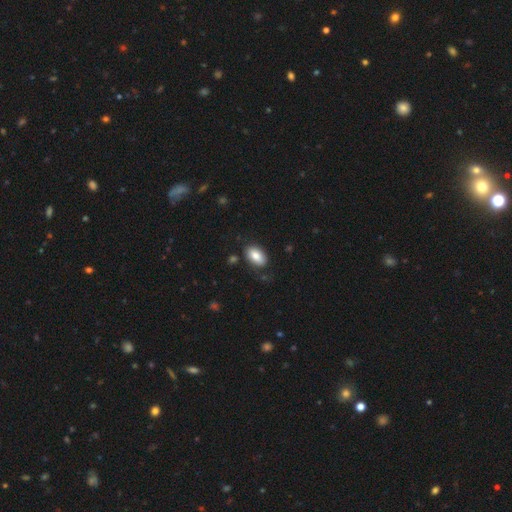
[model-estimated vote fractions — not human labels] A smooth galaxy with no disk features (82%) that is in between round and cigar-shaped (93%). Merging: none (81%).